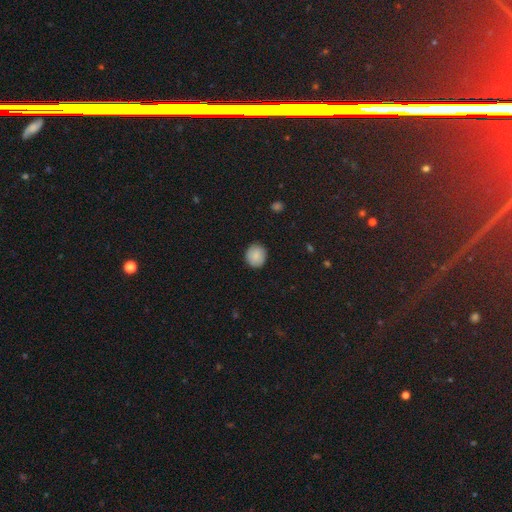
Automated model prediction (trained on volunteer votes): This is clearly a smooth galaxy (87%). How rounded: clearly round (87%). Merging: clearly none (88%).